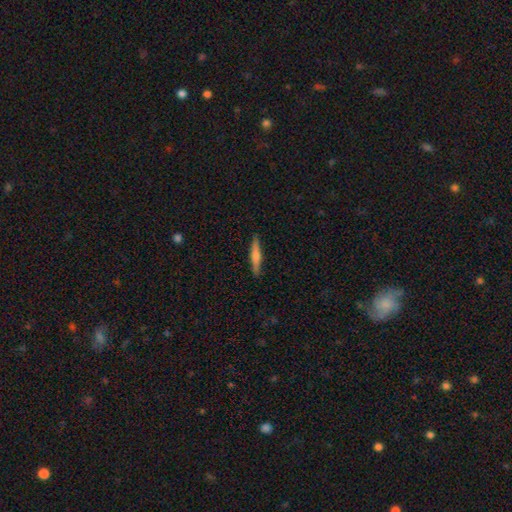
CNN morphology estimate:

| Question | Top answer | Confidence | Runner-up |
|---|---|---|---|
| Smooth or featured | featured or disk | 51% | smooth (43%) |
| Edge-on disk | yes | 97% | no (3%) |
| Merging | none | 90% | minor disturbance (7%) |